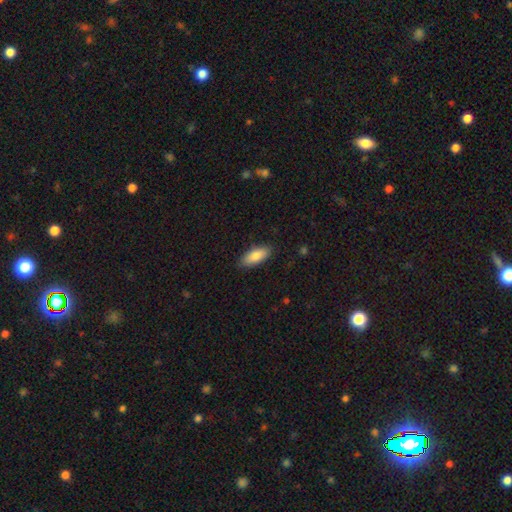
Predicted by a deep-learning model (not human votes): Smooth or featured?
  - smooth: 84% *
  - featured or disk: 10%
  - star or artifact: 6%
How rounded?
  - in between: 83% *
  - cigar-shaped: 15%
  - round: 2%
Merging?
  - none: 86% *
  - minor disturbance: 11%
  - major disturbance: 2%
  - merger: 1%